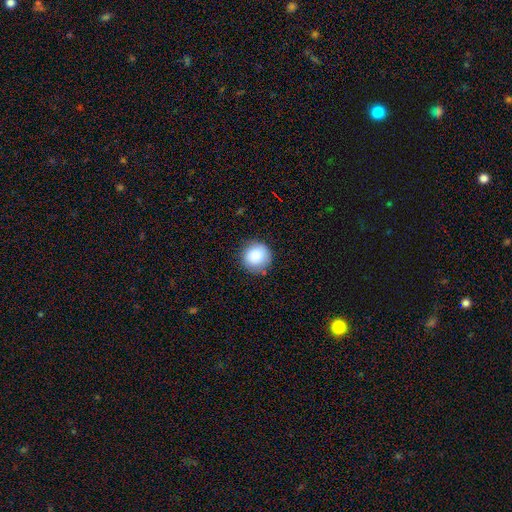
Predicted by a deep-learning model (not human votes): A smooth galaxy with no disk features (86%) that is round (93%).

Vote fractions:
- Smooth or featured? smooth: 86% / star or artifact: 8% / featured or disk: 5%
- How rounded? round: 93% / in between: 6% / cigar-shaped: 1%
- Merging? none: 83% / minor disturbance: 13% / major disturbance: 3% / merger: 2%